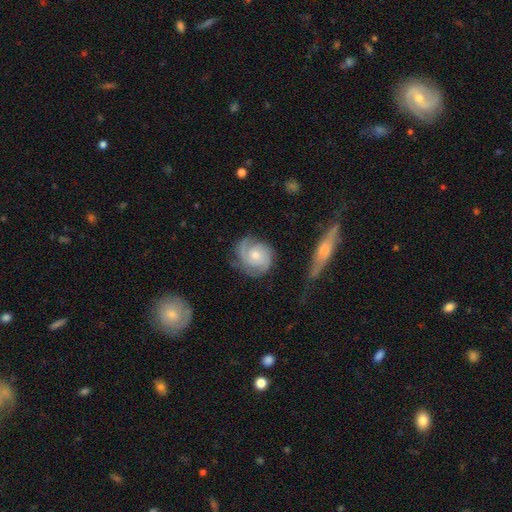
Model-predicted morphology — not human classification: A featured or disk galaxy (77%) with no bar (72%), 2 (43%) tight (53%) spiral arms (95%) and a moderate central bulge (52%). Merging: none (63%).